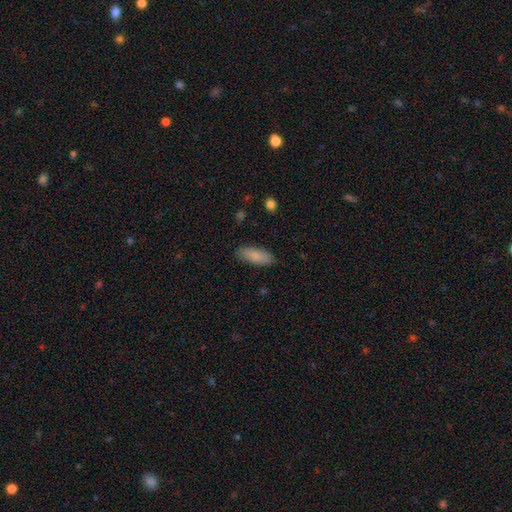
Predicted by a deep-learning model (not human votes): A smooth galaxy with no disk features (85%) that is in between round and cigar-shaped (71%).

Vote fractions:
- Smooth or featured? smooth: 85% / featured or disk: 9% / star or artifact: 6%
- How rounded? in between: 71% / cigar-shaped: 28% / round: 2%
- Merging? none: 86% / minor disturbance: 11% / major disturbance: 2% / merger: 1%